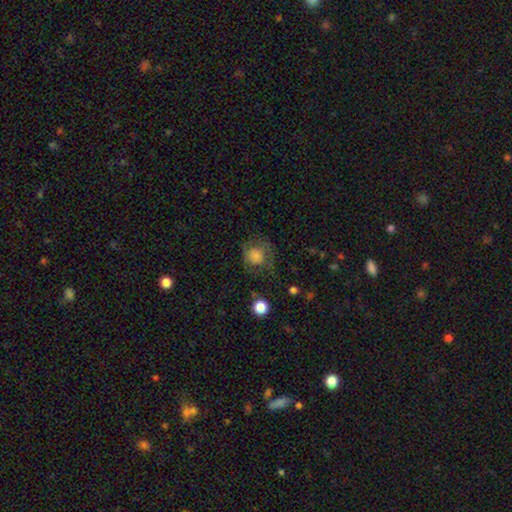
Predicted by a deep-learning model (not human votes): This is likely a smooth galaxy (68%). How rounded: clearly round (83%). Merging: possibly none (56%).